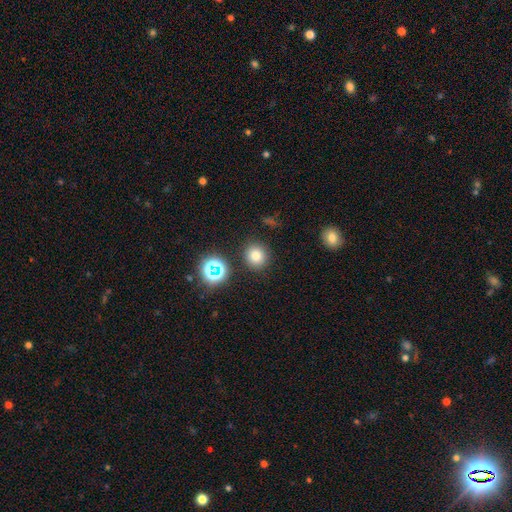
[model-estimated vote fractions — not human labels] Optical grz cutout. It shows a smooth galaxy with no disk features (75%) that is round (91%). Merging: none (87%).